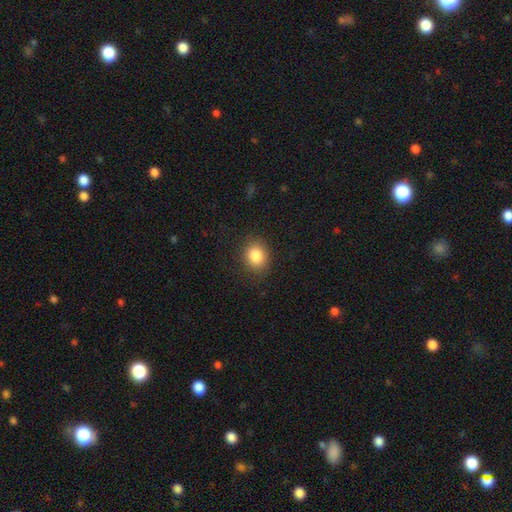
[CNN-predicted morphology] smooth-or-featured: smooth: 84% | star or artifact: 10% | featured or disk: 6%
  how-rounded: round: 61% | in between: 38% | cigar-shaped: 1%
  merging: none: 86% | minor disturbance: 10% | major disturbance: 3% | merger: 1%